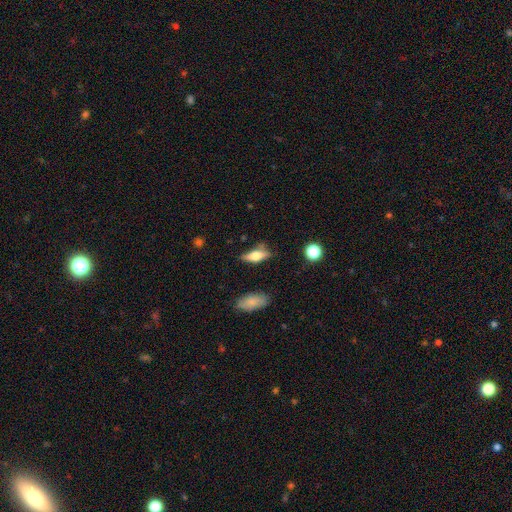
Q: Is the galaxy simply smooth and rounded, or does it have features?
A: smooth — 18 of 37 (49%).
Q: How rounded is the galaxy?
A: in between — 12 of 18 (67%).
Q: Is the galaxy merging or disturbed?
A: none — 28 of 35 (80%).